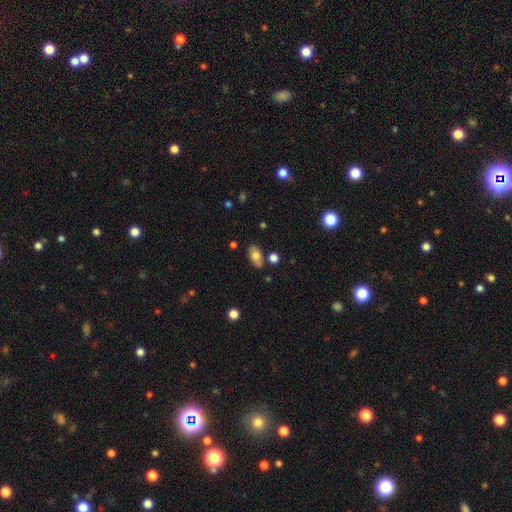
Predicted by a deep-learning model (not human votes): Smooth or featured? Predicted: smooth (p=0.72). How rounded? Predicted: in between (p=0.91). Merging? Predicted: none (p=0.73).